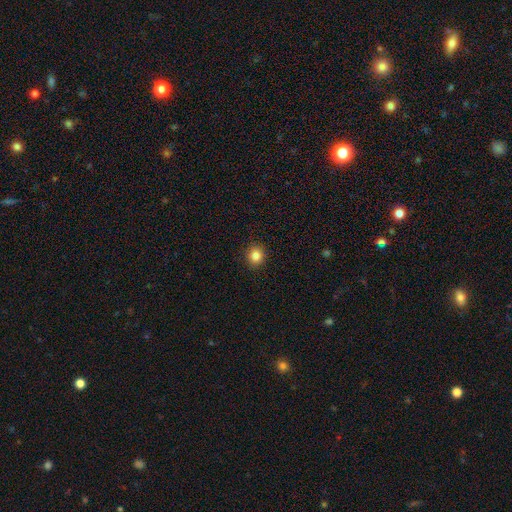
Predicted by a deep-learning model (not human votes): smooth-or-featured: smooth: 85% | star or artifact: 11% | featured or disk: 4%
  how-rounded: round: 85% | in between: 14% | cigar-shaped: 1%
  merging: none: 91% | minor disturbance: 6% | major disturbance: 2% | merger: 1%